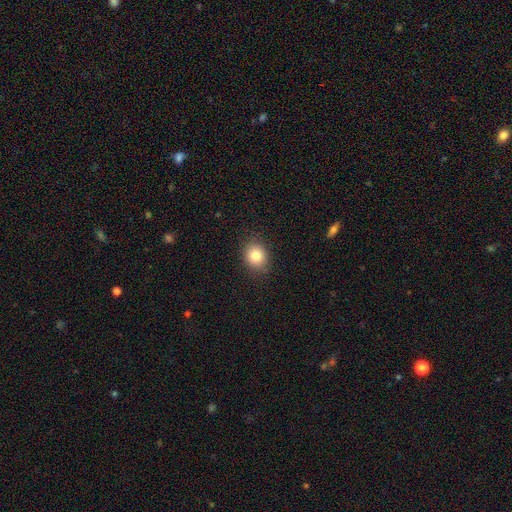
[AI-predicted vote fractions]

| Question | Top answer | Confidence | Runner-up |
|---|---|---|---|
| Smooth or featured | smooth | 82% | star or artifact (11%) |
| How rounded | round | 67% | in between (32%) |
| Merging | none | 88% | minor disturbance (8%) |